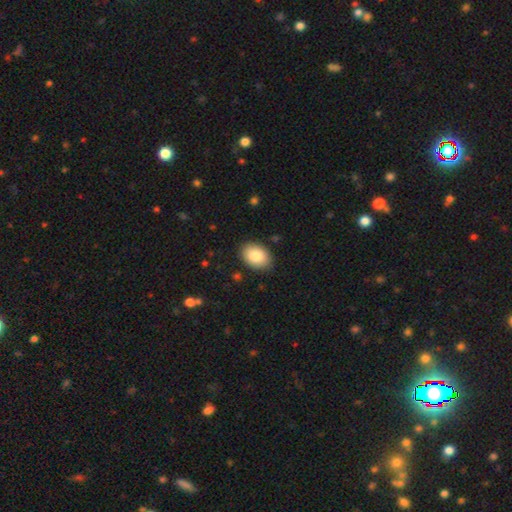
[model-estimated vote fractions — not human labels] The model was most divided on "how rounded": in between: 78%, round: 21%, cigar-shaped: 1%. More confident: merging — none (87%); smooth or featured — smooth (84%).